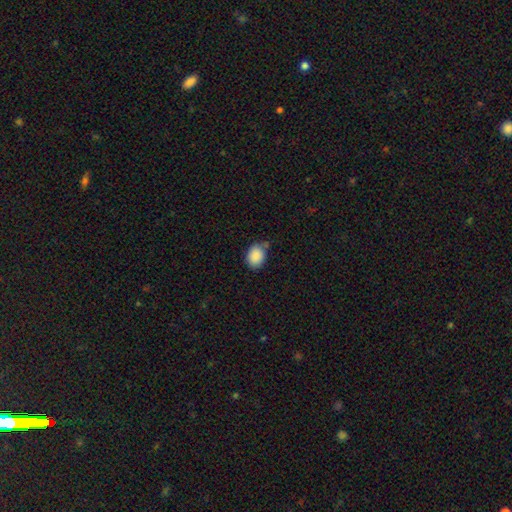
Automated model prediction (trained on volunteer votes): Morphology: type=smooth (89%); roundness=in between (65%); merging=none (64%).